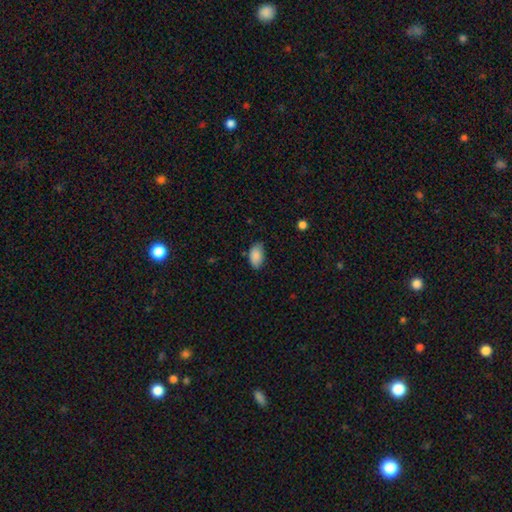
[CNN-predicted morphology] smooth_or_featured: smooth (p=0.88) [alt: star or artifact p=0.07]
how_rounded: in between (p=0.94) [alt: round p=0.05]
merging: none (p=0.77) [alt: minor disturbance p=0.18]